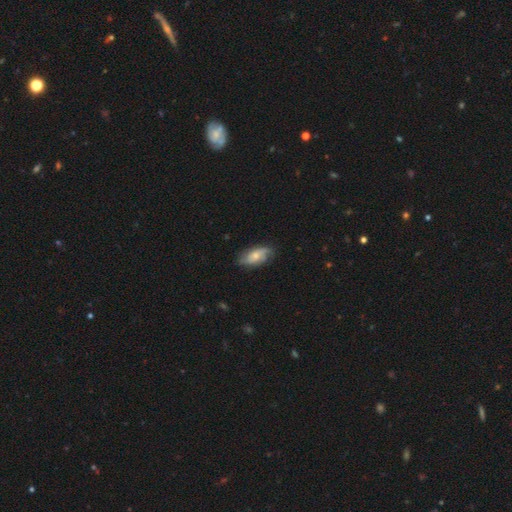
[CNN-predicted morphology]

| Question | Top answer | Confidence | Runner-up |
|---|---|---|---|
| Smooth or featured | featured or disk | 52% | smooth (42%) |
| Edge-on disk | no | 90% | yes (10%) |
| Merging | none | 71% | minor disturbance (22%) |